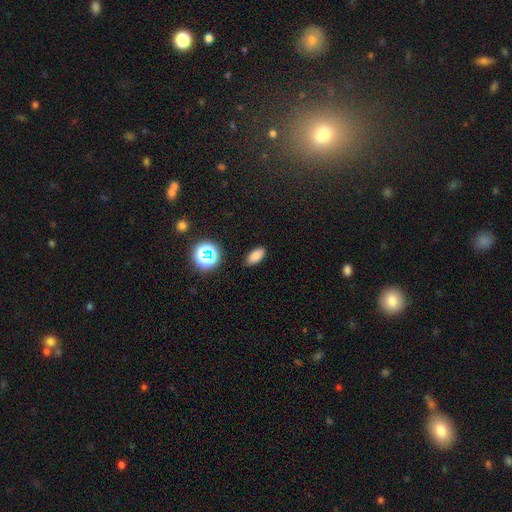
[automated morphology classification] type=smooth (79%); roundness=in between (90%); merging=none (86%).